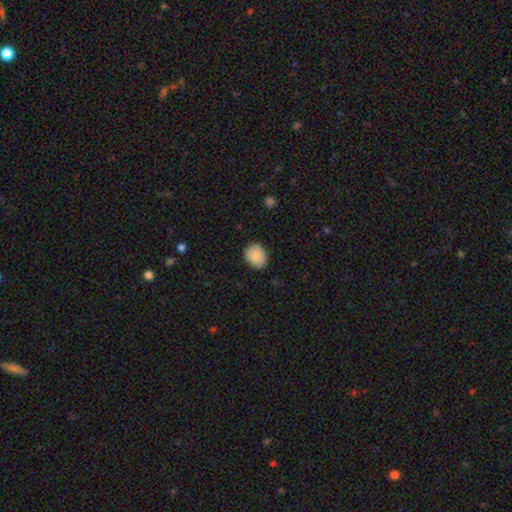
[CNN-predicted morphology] Smooth or featured? Predicted: smooth (p=0.87). How rounded? Predicted: in between (p=0.54). Merging? Predicted: none (p=0.84).